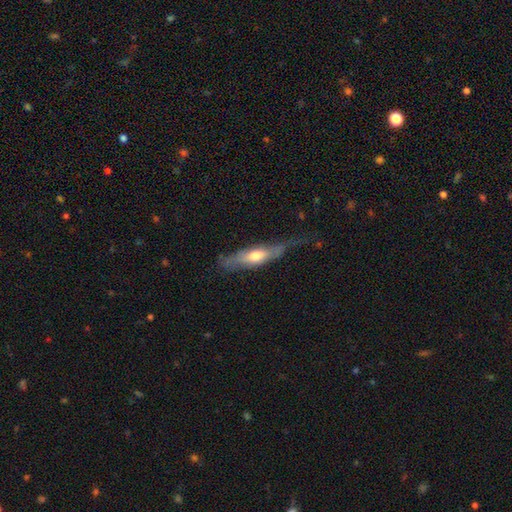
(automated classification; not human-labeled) This appears to be a featured or disk galaxy (47%, tied with smooth). Merging: none (44%).